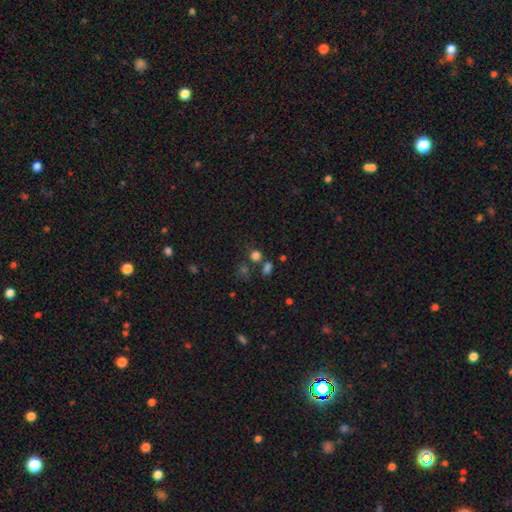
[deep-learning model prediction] smooth 74%, star or artifact 20%, featured or disk 6%. Down the decision tree: how rounded — round (78%); merging — none (64%).